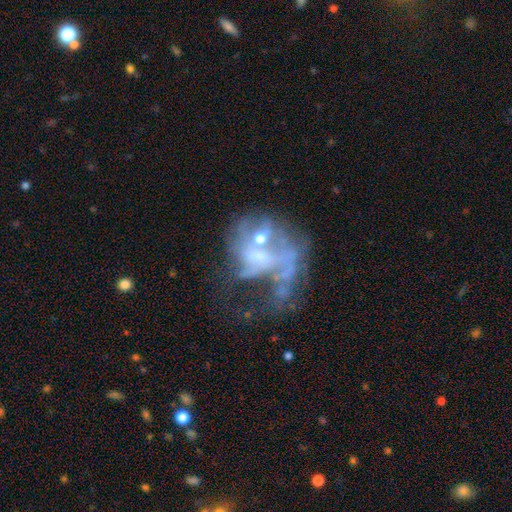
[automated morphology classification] Smooth or featured? featured or disk (59%)
Edge-on disk? no (96%)
Bar? no (76%)
Spiral arms? no (68%)
Bulge size? moderate (45%)
Merging? merger (42%)